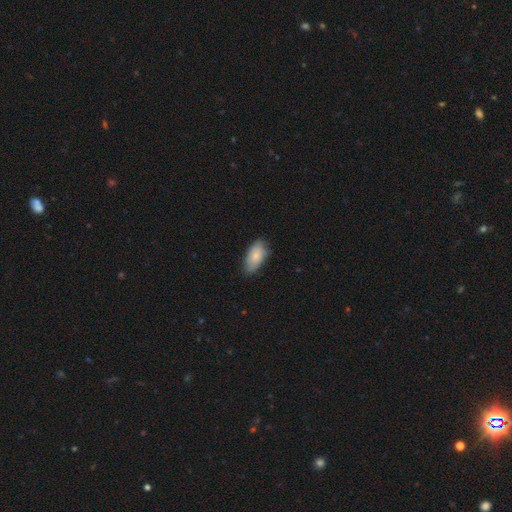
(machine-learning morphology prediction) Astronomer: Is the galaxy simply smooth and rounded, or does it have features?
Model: smooth — 80%.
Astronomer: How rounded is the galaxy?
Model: in between — 93%.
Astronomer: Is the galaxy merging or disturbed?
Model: none — 73%.